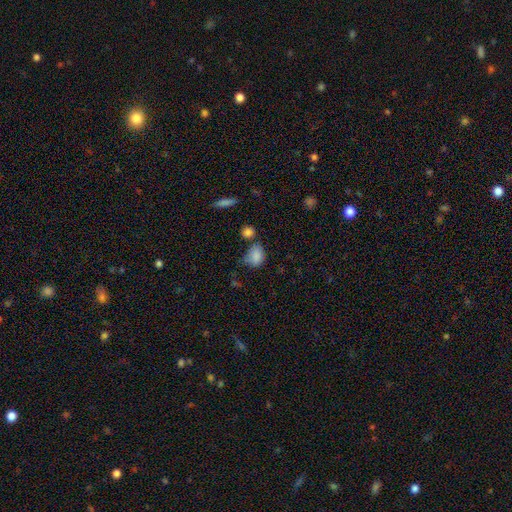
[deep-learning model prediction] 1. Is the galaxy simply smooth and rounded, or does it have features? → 84% smooth, 9% star or artifact, 7% featured or disk.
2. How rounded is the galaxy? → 68% in between, 31% round, 2% cigar-shaped.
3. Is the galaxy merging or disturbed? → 48% none, 30% minor disturbance, 12% merger, 10% major disturbance.